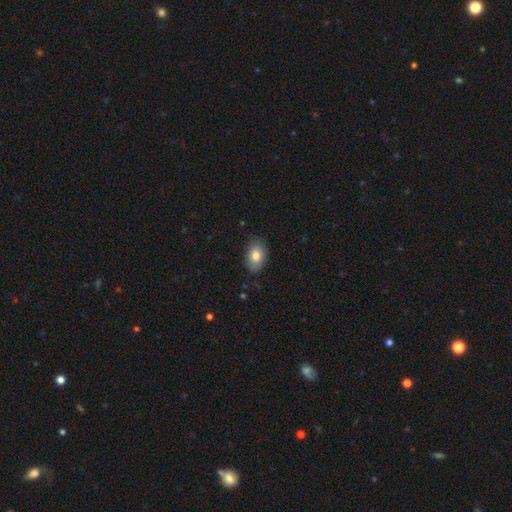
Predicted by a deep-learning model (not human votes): smooth_or_featured: smooth (p=0.82) [alt: featured or disk p=0.10]
how_rounded: in between (p=0.87) [alt: round p=0.11]
merging: none (p=0.81) [alt: minor disturbance p=0.15]